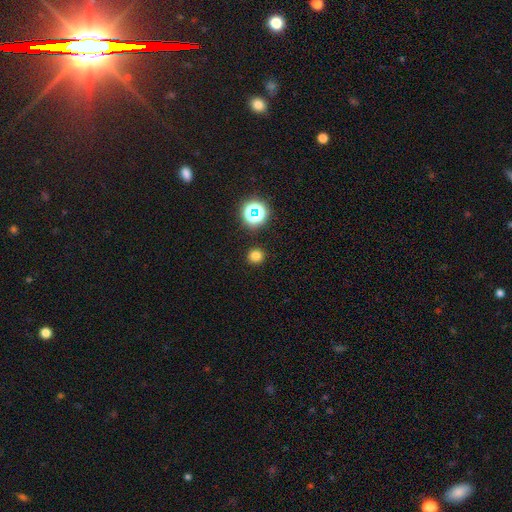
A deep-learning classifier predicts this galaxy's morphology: Smooth or featured? smooth (76%)
How rounded? round (92%)
Merging? none (91%)